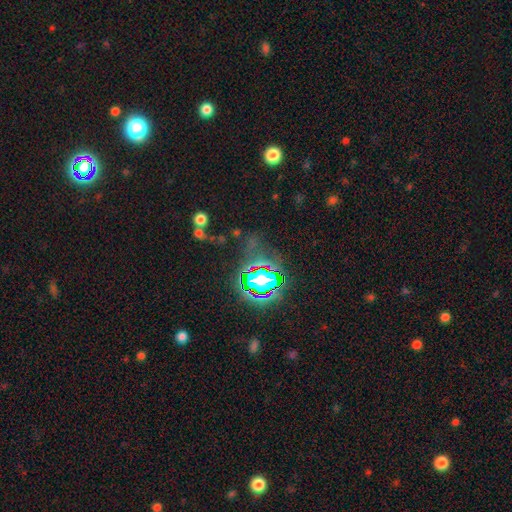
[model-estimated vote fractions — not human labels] Q: Smooth or featured?
A: star or artifact (81%); runner-up: smooth (11%)